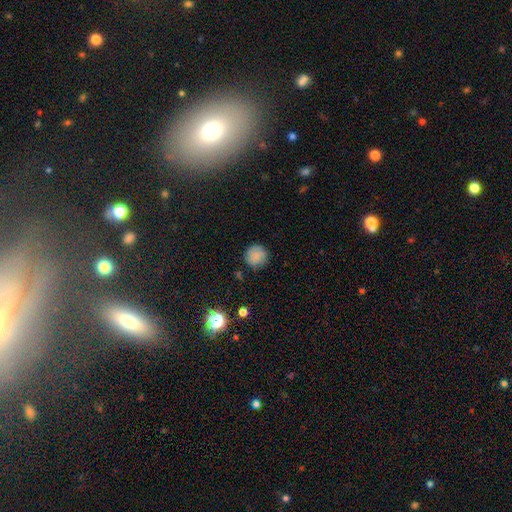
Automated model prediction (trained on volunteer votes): The model was most divided on "merging": none: 80%, minor disturbance: 14%, major disturbance: 4%, merger: 2%. More confident: how rounded — round (91%); smooth or featured — smooth (80%).